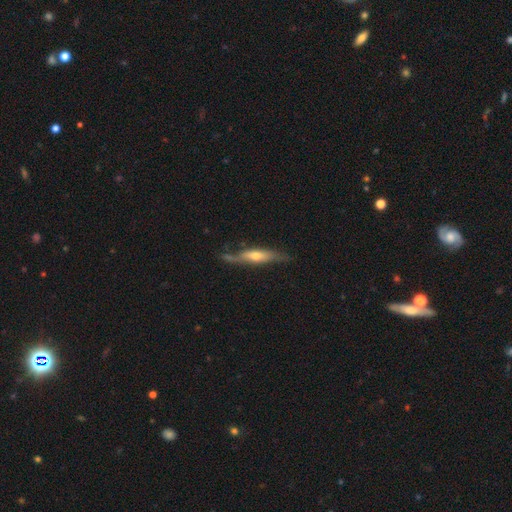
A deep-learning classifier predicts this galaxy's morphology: A featured or disk galaxy (64%) viewed edge-on (79%) with a rounded central bulge (84%). Merging: none (62%).